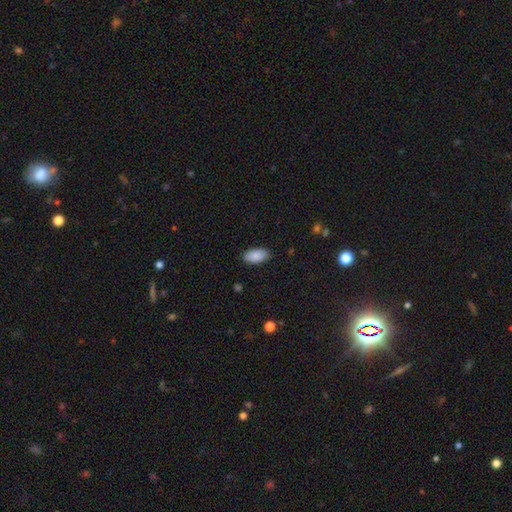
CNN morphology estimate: type=smooth (88%); roundness=in between (95%); merging=none (87%).